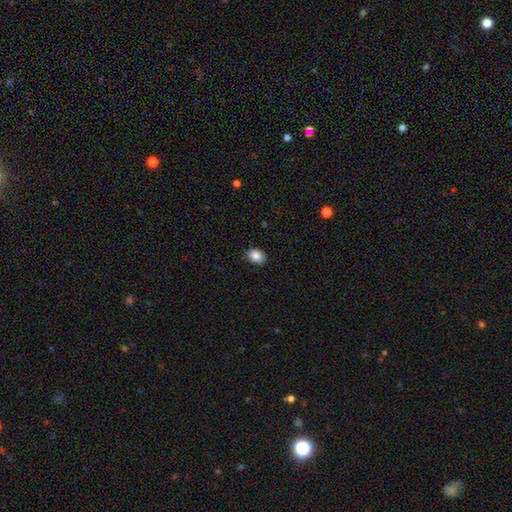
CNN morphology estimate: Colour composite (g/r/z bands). It shows a smooth galaxy with no disk features (87%) that is in between round and cigar-shaped (70%). Merging: none (87%).